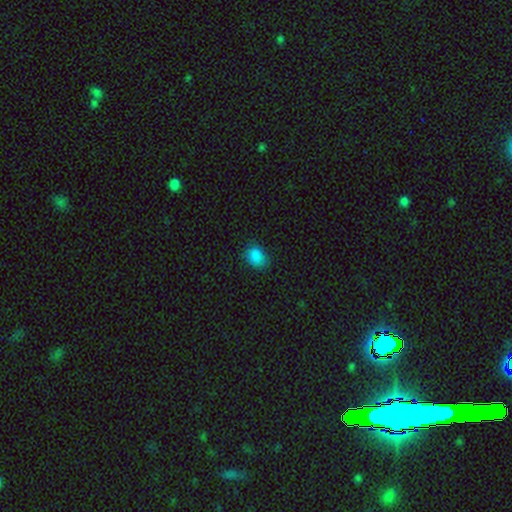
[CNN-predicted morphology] smooth 85%, star or artifact 11%, featured or disk 3%. Down the decision tree: how rounded — in between (60%); merging — none (76%).